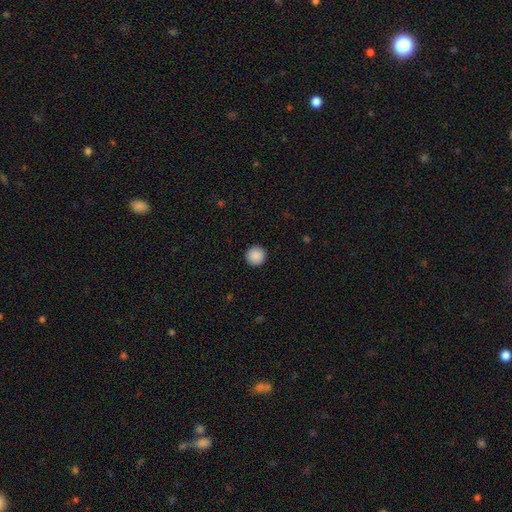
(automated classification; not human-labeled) This appears to be a smooth galaxy with no disk features (89%) that is round (96%). Merging: none (93%).